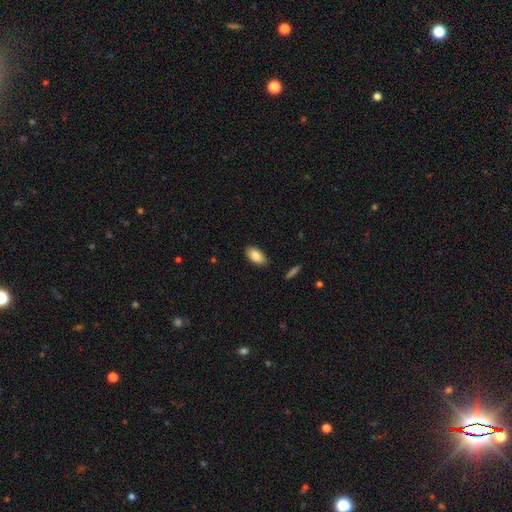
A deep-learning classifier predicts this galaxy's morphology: The model was most divided on "merging": none: 87%, minor disturbance: 10%, major disturbance: 2%, merger: 1%. More confident: how rounded — in between (93%); smooth or featured — smooth (86%).